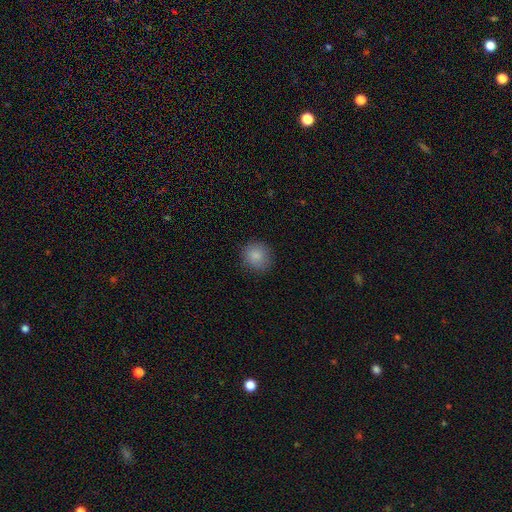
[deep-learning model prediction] Morphology: type=smooth (86%); roundness=round (87%); merging=none (86%).